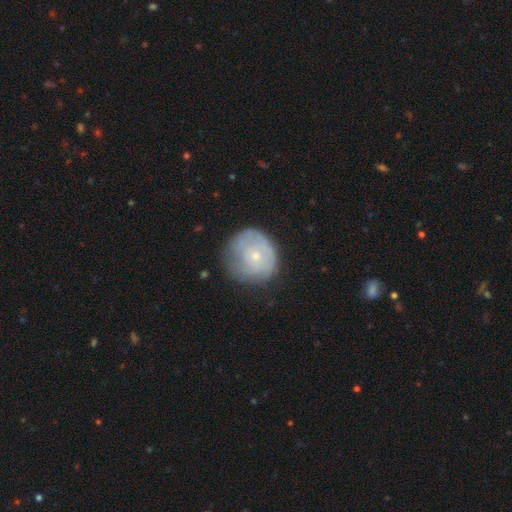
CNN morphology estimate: Q: Smooth or featured?
A: smooth (50%); runner-up: featured or disk (42%)
Q: How rounded?
A: round (86%); runner-up: in between (13%)
Q: Merging?
A: none (59%); runner-up: minor disturbance (27%)